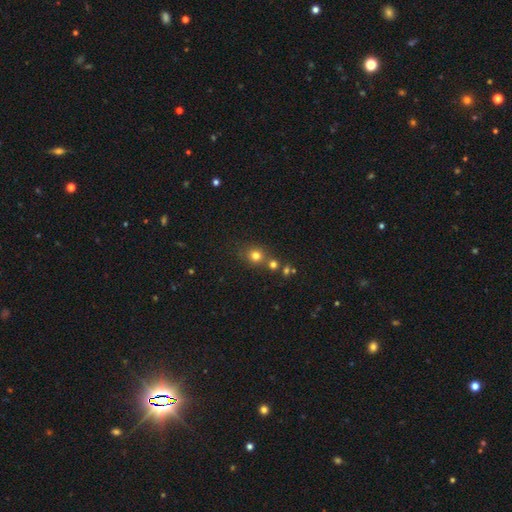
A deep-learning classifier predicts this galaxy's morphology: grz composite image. It shows a smooth galaxy with no disk features (76%) that is round (84%). Merging: none (66%).